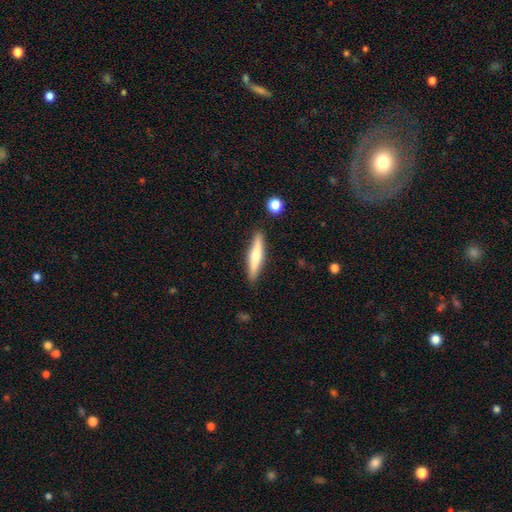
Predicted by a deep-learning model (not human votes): This is possibly a smooth galaxy (53%). How rounded: clearly cigar-shaped (87%). Merging: clearly none (87%).